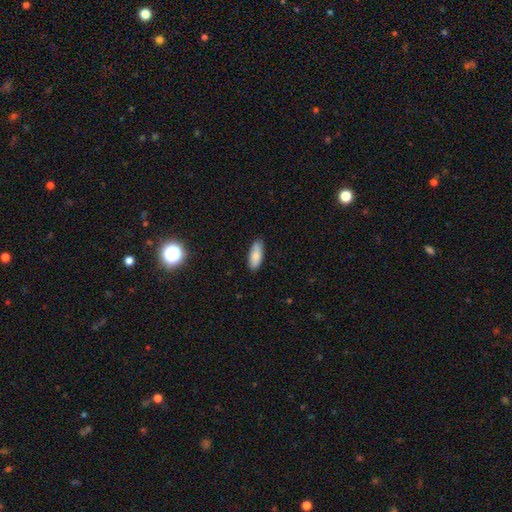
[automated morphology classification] Smooth or featured: smooth — 84% (featured or disk — 9%)
How rounded: in between — 76% (cigar-shaped — 22%)
Merging: none — 86% (minor disturbance — 11%)